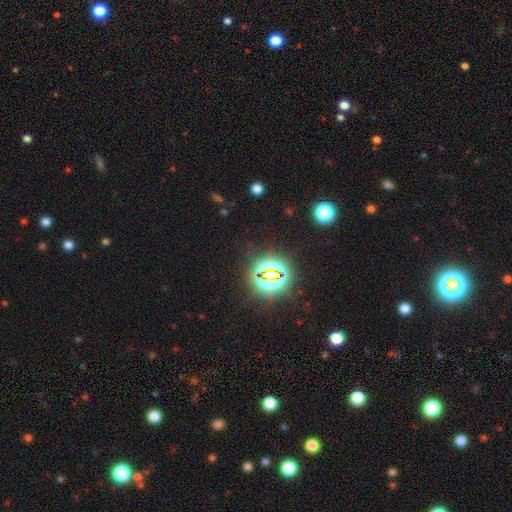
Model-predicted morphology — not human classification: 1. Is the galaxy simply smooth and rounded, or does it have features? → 74% star or artifact, 21% smooth, 5% featured or disk.